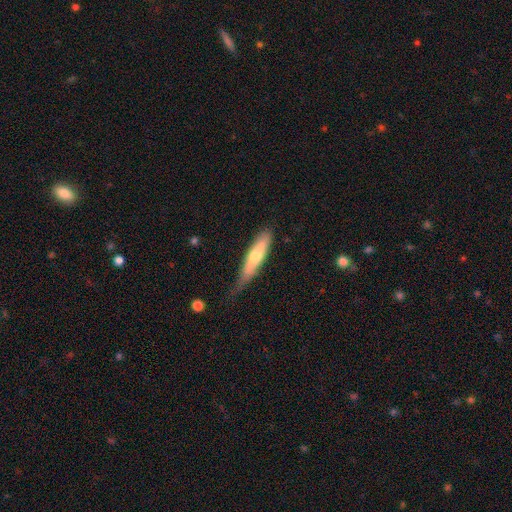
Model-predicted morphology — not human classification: This appears to be a smooth galaxy with no disk features (59%) that is cigar-shaped (78%). Merging: none (53%).